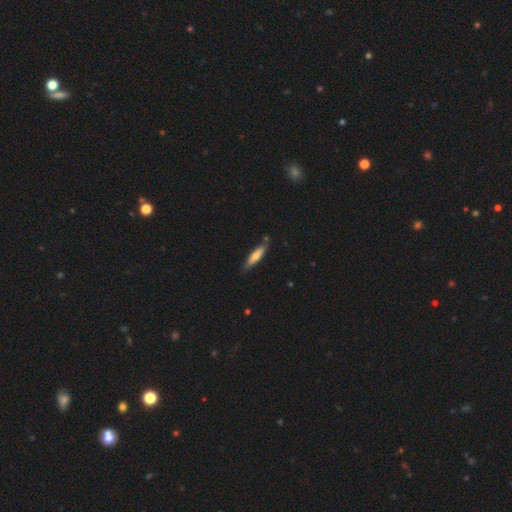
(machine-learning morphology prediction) Q: Smooth or featured?
A: smooth (60%); runner-up: featured or disk (34%)
Q: How rounded?
A: cigar-shaped (80%); runner-up: in between (19%)
Q: Merging?
A: none (81%); runner-up: minor disturbance (14%)